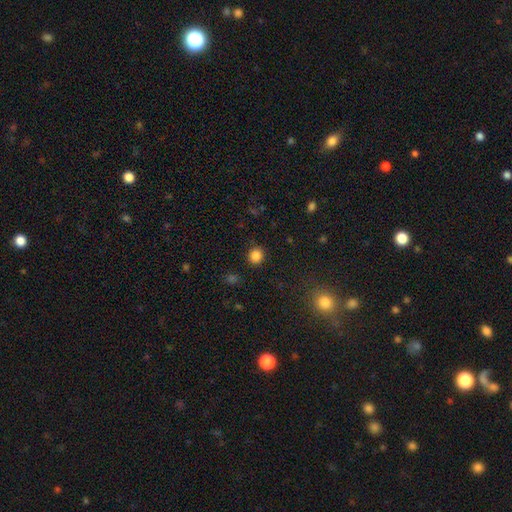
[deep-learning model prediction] Smooth or featured: smooth — 85% (star or artifact — 12%)
How rounded: round — 85% (in between — 14%)
Merging: none — 90% (minor disturbance — 7%)